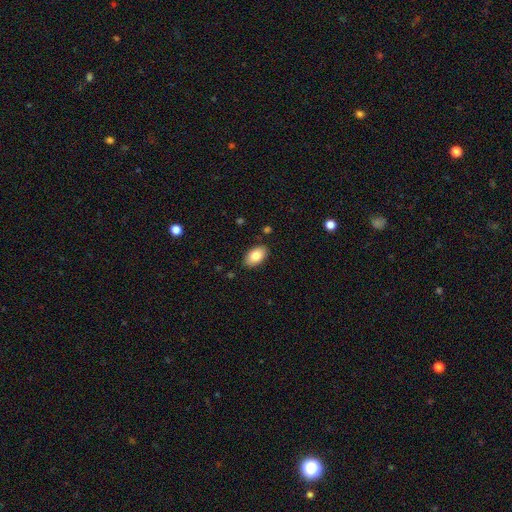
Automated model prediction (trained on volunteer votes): Smooth or featured? smooth (83%)
How rounded? in between (93%)
Merging? none (87%)